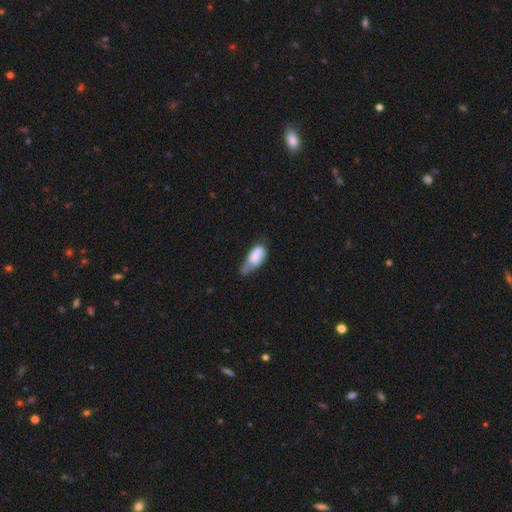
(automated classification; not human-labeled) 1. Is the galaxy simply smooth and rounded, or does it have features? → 80% smooth, 13% featured or disk, 8% star or artifact.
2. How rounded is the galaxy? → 88% in between, 8% cigar-shaped, 4% round.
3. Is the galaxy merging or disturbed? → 45% minor disturbance, 27% major disturbance, 21% none, 8% merger.